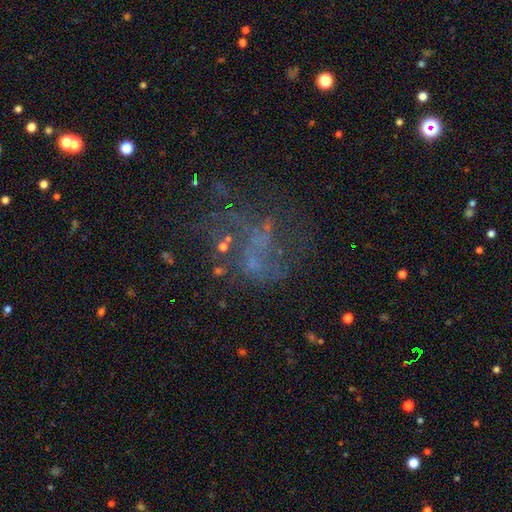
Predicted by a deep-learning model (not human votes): Morphology: type=featured or disk (48%); merging=none (45%).